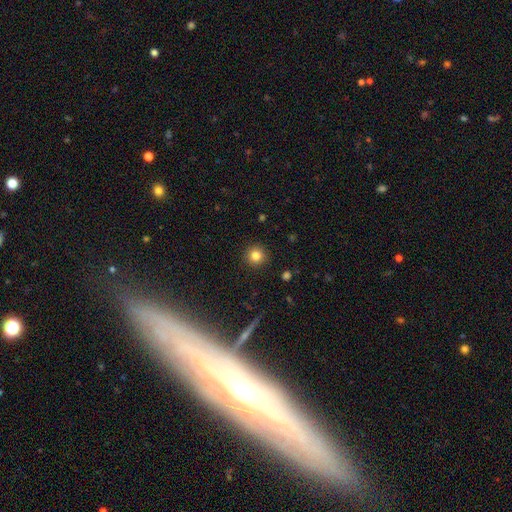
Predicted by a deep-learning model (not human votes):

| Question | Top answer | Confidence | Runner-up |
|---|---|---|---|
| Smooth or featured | smooth | 83% | star or artifact (11%) |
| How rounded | round | 95% | in between (4%) |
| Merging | none | 92% | minor disturbance (5%) |